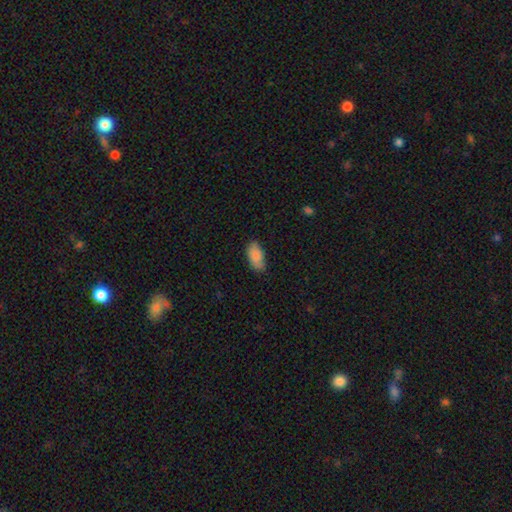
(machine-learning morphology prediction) type=smooth (87%); roundness=in between (93%); merging=none (75%).